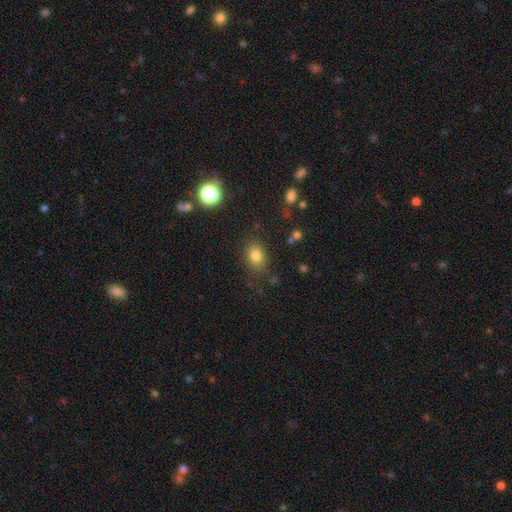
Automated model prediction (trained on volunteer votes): Q: Smooth or featured?
A: smooth (78%); runner-up: star or artifact (13%)
Q: How rounded?
A: in between (56%); runner-up: round (43%)
Q: Merging?
A: none (81%); runner-up: minor disturbance (12%)